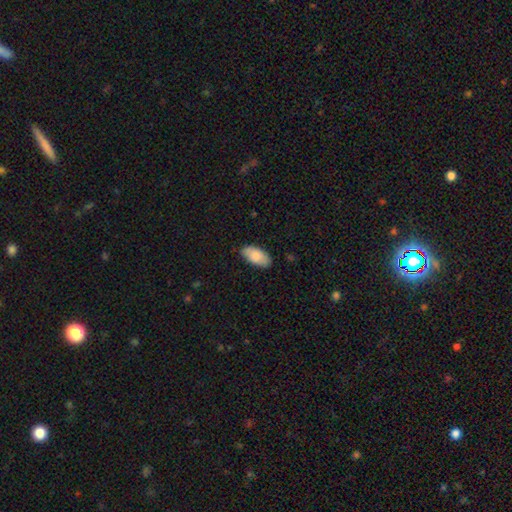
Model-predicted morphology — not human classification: smooth_or_featured: smooth (p=0.82) [alt: featured or disk p=0.12]
how_rounded: in between (p=0.94) [alt: cigar-shaped p=0.04]
merging: none (p=0.80) [alt: minor disturbance p=0.16]